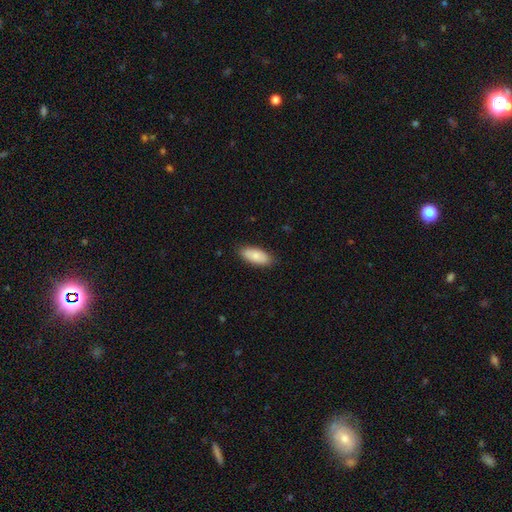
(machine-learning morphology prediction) A smooth galaxy with no disk features (84%) that is in between round and cigar-shaped (85%).

Vote fractions:
- Smooth or featured? smooth: 84% / featured or disk: 10% / star or artifact: 6%
- How rounded? in between: 85% / cigar-shaped: 13% / round: 2%
- Merging? none: 87% / minor disturbance: 11% / major disturbance: 2% / merger: 1%